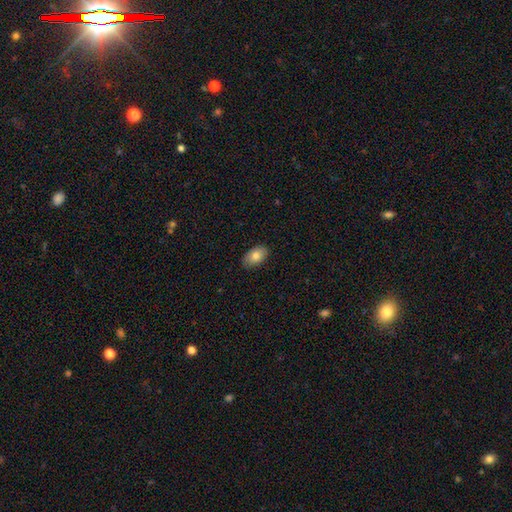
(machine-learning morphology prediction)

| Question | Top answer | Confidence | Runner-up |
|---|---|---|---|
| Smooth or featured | smooth | 80% | featured or disk (13%) |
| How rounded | in between | 93% | round (5%) |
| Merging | none | 87% | minor disturbance (10%) |